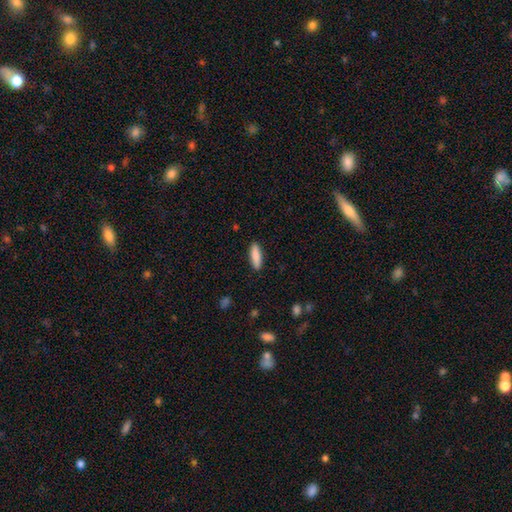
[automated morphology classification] The model was most divided on "how rounded": cigar-shaped: 54%, in between: 44%, round: 2%. More confident: merging — none (89%); smooth or featured — smooth (87%).